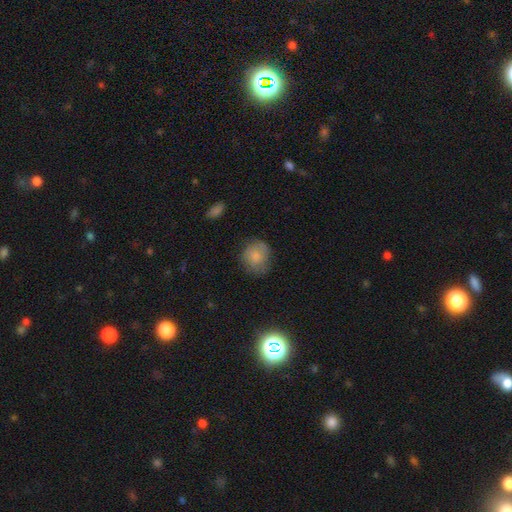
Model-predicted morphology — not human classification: smooth 79%, featured or disk 12%, star or artifact 8%. Down the decision tree: how rounded — round (76%); merging — none (71%).